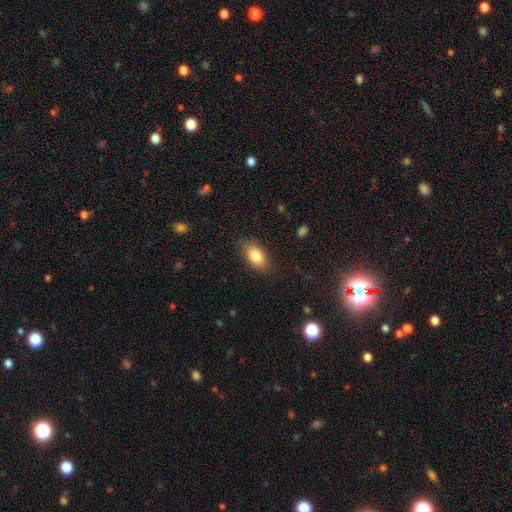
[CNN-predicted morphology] type=smooth (84%); roundness=in between (90%); merging=none (82%).